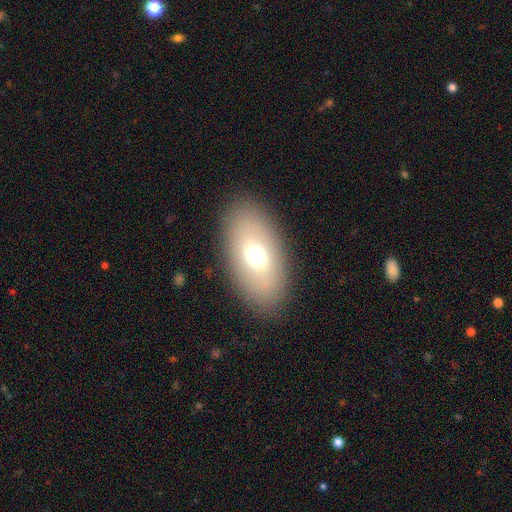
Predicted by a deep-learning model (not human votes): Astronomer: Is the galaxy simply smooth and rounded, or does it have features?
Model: smooth — 65%.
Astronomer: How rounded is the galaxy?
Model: in between — 90%.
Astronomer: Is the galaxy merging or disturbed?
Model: none — 86%.